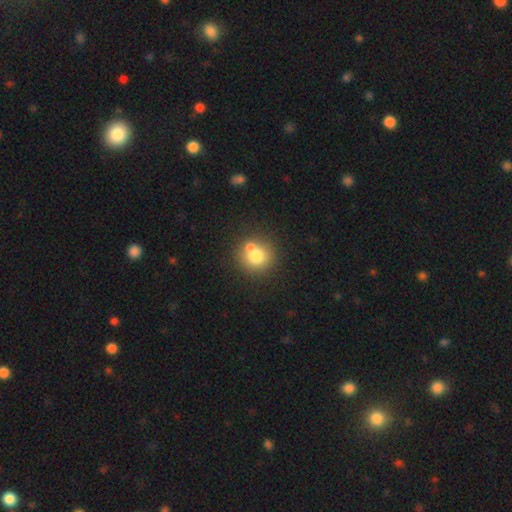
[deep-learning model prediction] A smooth galaxy with no disk features (74%) that is round (88%). Merging: none (59%).